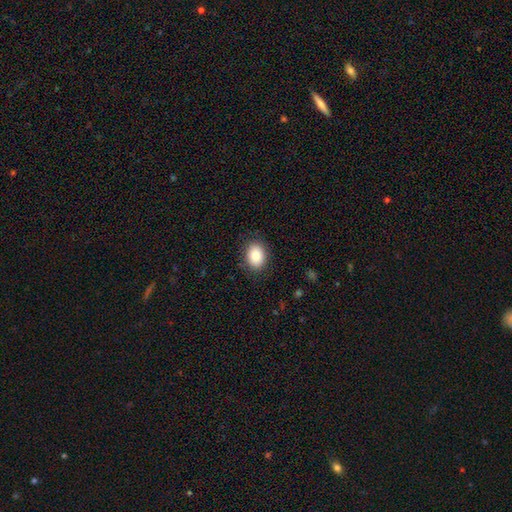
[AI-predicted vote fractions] smooth 88%, star or artifact 8%, featured or disk 5%. Down the decision tree: how rounded — in between (72%); merging — none (87%).